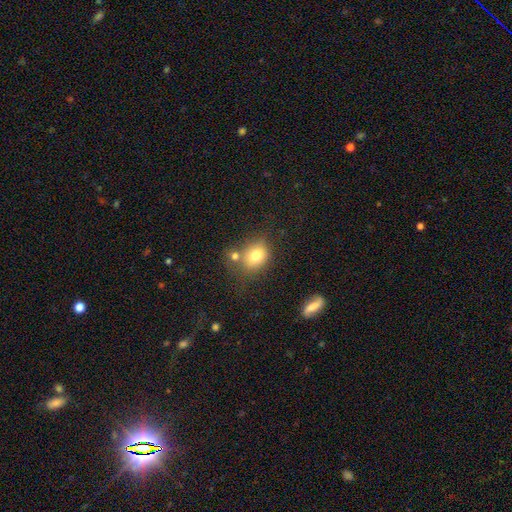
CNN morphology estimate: Smooth or featured?
  - smooth: 75% *
  - featured or disk: 14%
  - star or artifact: 11%
How rounded?
  - round: 54% *
  - in between: 45%
  - cigar-shaped: 1%
Merging?
  - none: 57% *
  - merger: 21%
  - minor disturbance: 16%
  - major disturbance: 6%